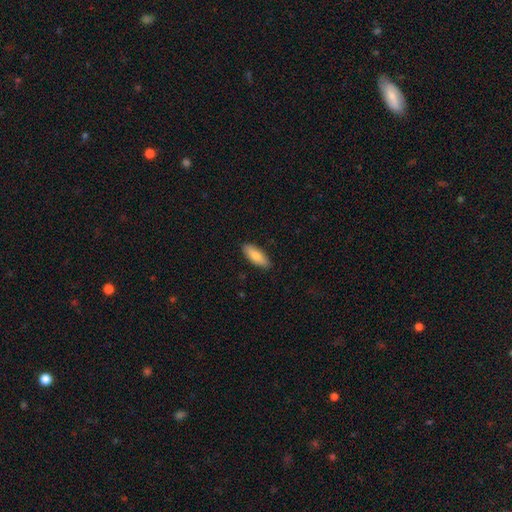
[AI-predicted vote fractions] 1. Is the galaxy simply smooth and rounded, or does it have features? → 81% smooth, 14% featured or disk, 6% star or artifact.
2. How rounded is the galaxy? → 71% in between, 27% cigar-shaped, 2% round.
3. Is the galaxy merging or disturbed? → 88% none, 9% minor disturbance, 2% major disturbance, 1% merger.